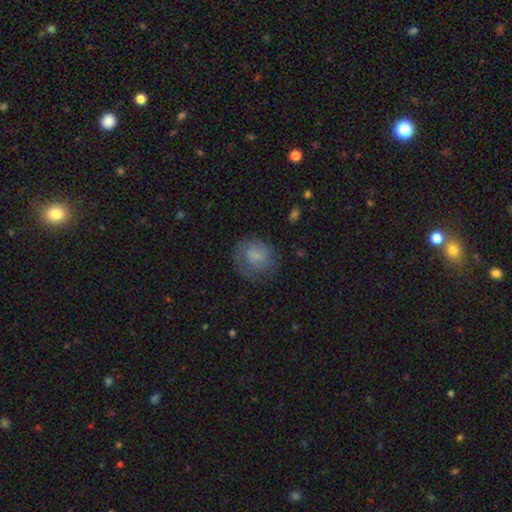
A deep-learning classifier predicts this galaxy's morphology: smooth-or-featured: smooth: 55% | featured or disk: 35% | star or artifact: 9%
  how-rounded: round: 68% | in between: 31% | cigar-shaped: 1%
  merging: none: 62% | minor disturbance: 22% | major disturbance: 15% | merger: 2%